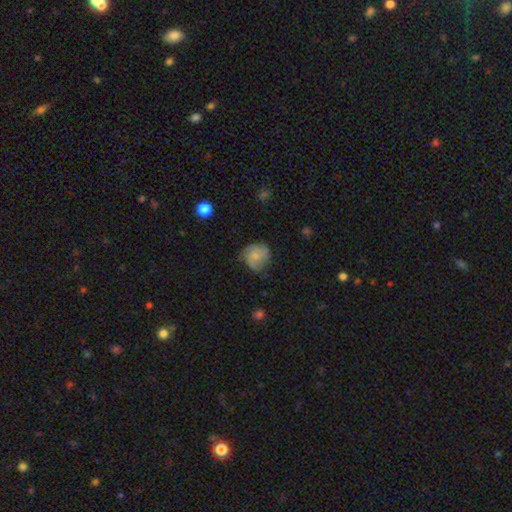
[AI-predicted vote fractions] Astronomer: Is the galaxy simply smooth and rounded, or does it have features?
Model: smooth — 64%.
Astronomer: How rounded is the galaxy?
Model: round — 80%.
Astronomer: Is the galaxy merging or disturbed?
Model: none — 59%.